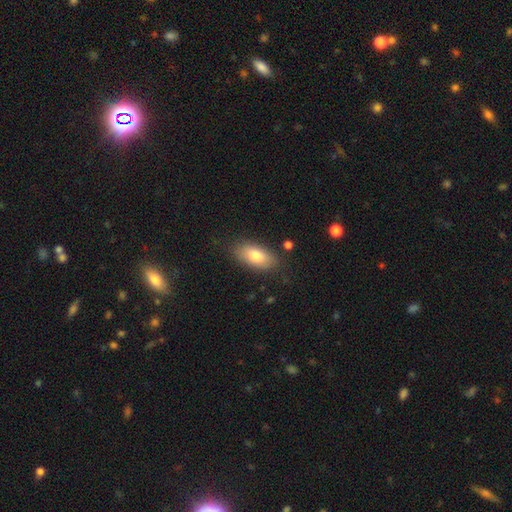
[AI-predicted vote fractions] The model was most divided on "smooth or featured": smooth: 80%, featured or disk: 14%, star or artifact: 7%. More confident: how rounded — in between (89%); merging — none (82%).